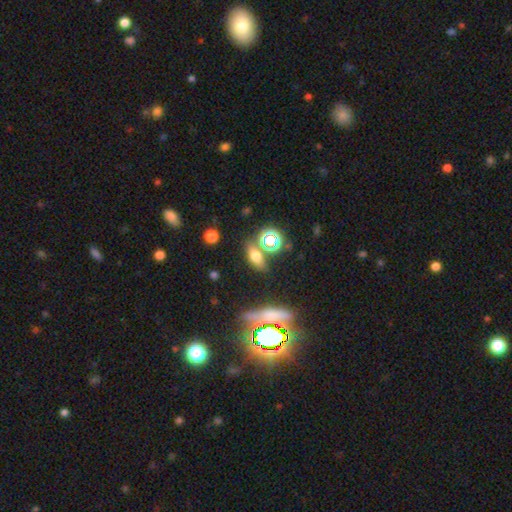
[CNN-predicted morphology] Overall: smooth (60%; star or artifact 24%). How rounded: in between (68%). Merging: none (74%).